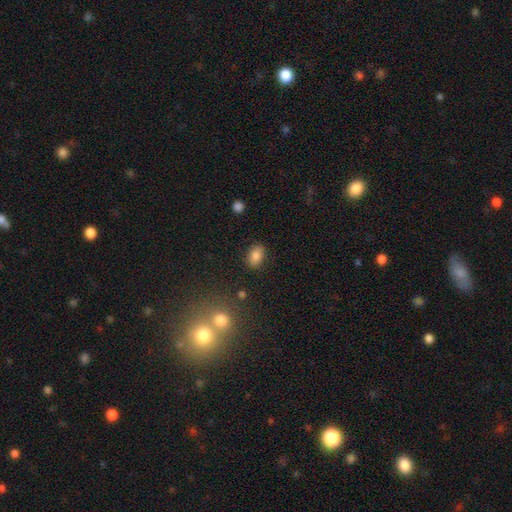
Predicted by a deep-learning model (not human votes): smooth_or_featured: smooth (p=0.84) [alt: star or artifact p=0.09]
how_rounded: in between (p=0.85) [alt: round p=0.14]
merging: none (p=0.85) [alt: minor disturbance p=0.10]